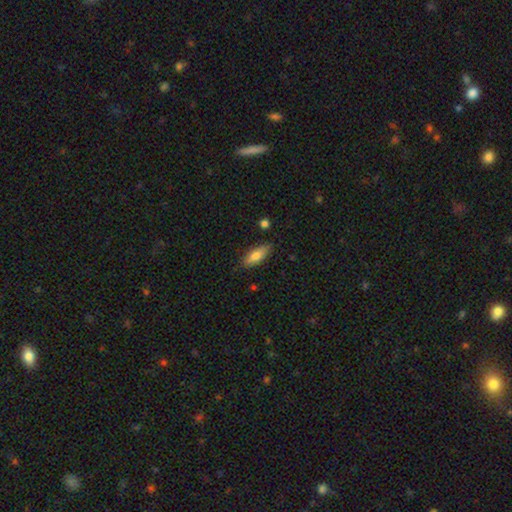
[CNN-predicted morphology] This is likely a smooth galaxy (77%). How rounded: likely in between (65%). Merging: clearly none (82%).